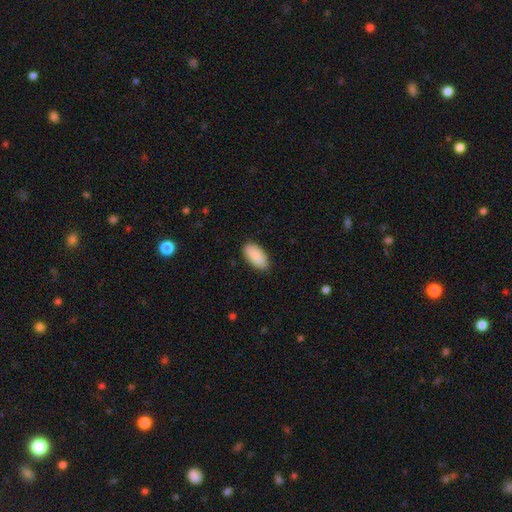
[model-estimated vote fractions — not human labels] smooth-or-featured: smooth: 89% | star or artifact: 6% | featured or disk: 6%
  how-rounded: in between: 94% | cigar-shaped: 4% | round: 2%
  merging: none: 84% | minor disturbance: 13% | major disturbance: 2% | merger: 1%